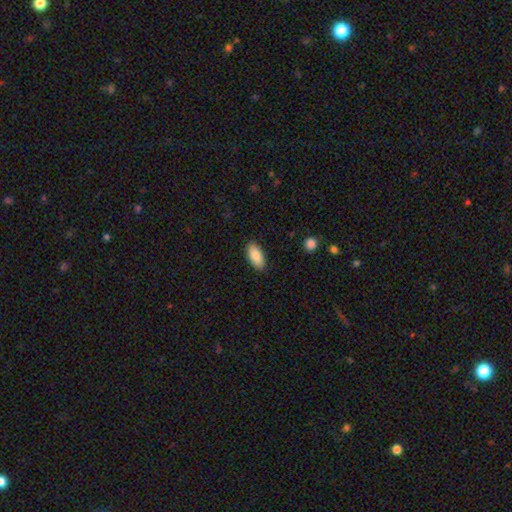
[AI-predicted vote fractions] A smooth galaxy with no disk features (87%) that is in between round and cigar-shaped (91%).

Vote fractions:
- Smooth or featured? smooth: 87% / featured or disk: 7% / star or artifact: 6%
- How rounded? in between: 91% / cigar-shaped: 7% / round: 2%
- Merging? none: 88% / minor disturbance: 9% / major disturbance: 2% / merger: 1%